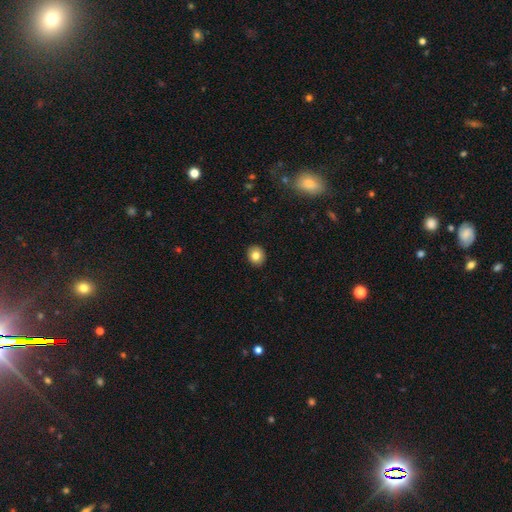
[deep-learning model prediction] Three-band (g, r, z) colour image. It shows a smooth galaxy with no disk features (82%) that is round (79%). Merging: none (92%).